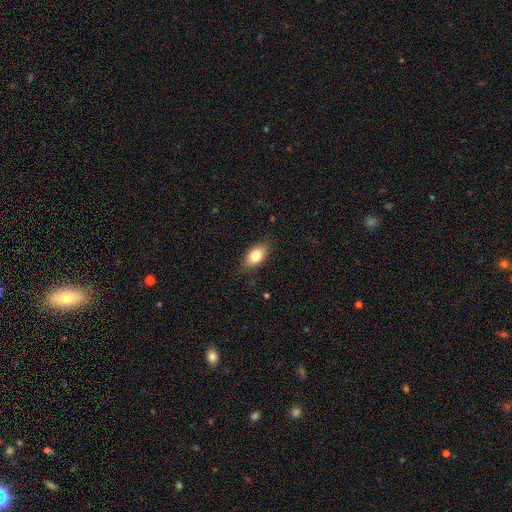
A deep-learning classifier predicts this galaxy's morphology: The model was most divided on "smooth or featured": smooth: 80%, featured or disk: 12%, star or artifact: 8%. More confident: how rounded — in between (88%); merging — none (83%).